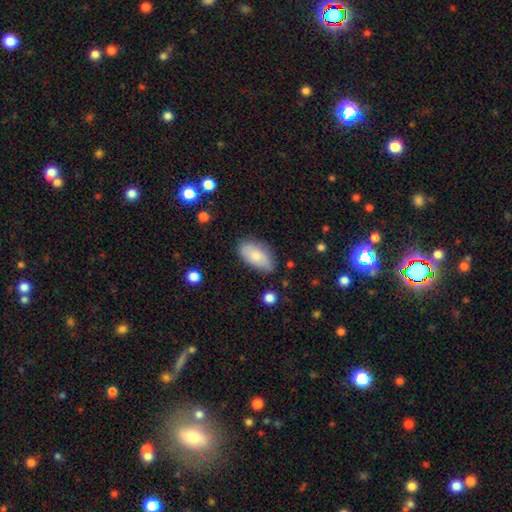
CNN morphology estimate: Smooth or featured? Predicted: smooth (p=0.77). How rounded? Predicted: in between (p=0.93). Merging? Predicted: none (p=0.74).